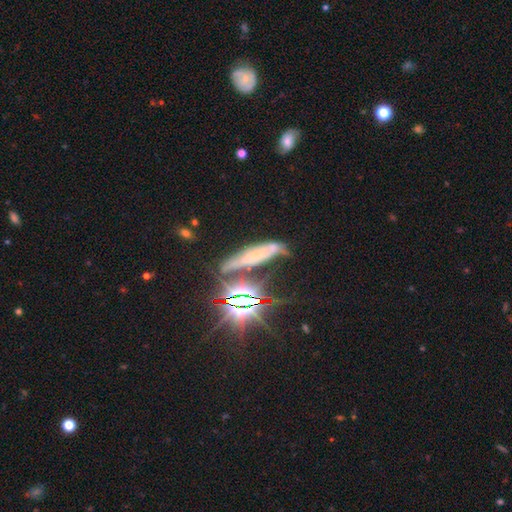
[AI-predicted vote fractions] smooth_or_featured: star or artifact (p=0.40) [alt: featured or disk p=0.35]